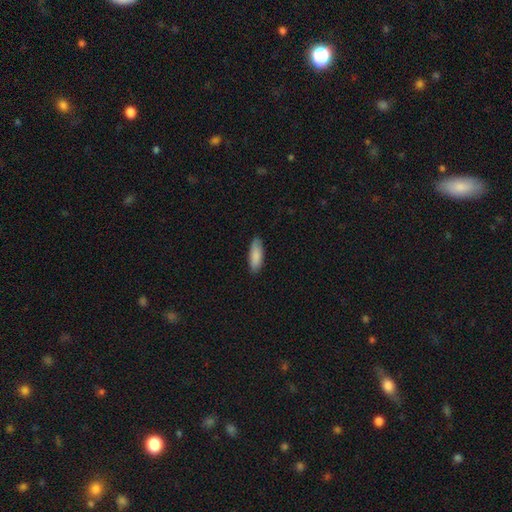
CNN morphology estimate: Smooth or featured?
  - smooth: 87% *
  - featured or disk: 7%
  - star or artifact: 6%
How rounded?
  - in between: 63% *
  - cigar-shaped: 36%
  - round: 2%
Merging?
  - none: 86% *
  - minor disturbance: 11%
  - major disturbance: 2%
  - merger: 1%